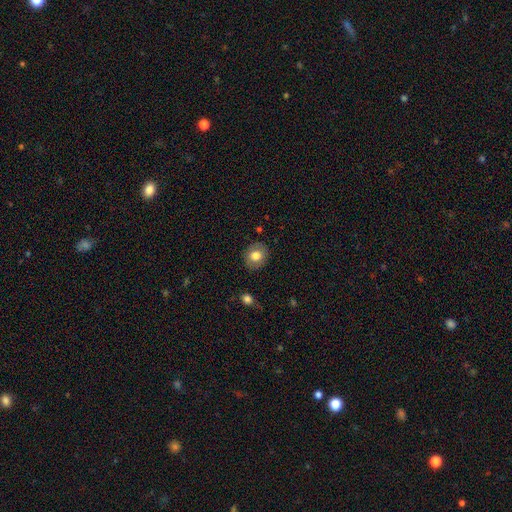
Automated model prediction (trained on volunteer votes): This is likely a smooth galaxy (78%). How rounded: likely round (65%). Merging: clearly none (86%).